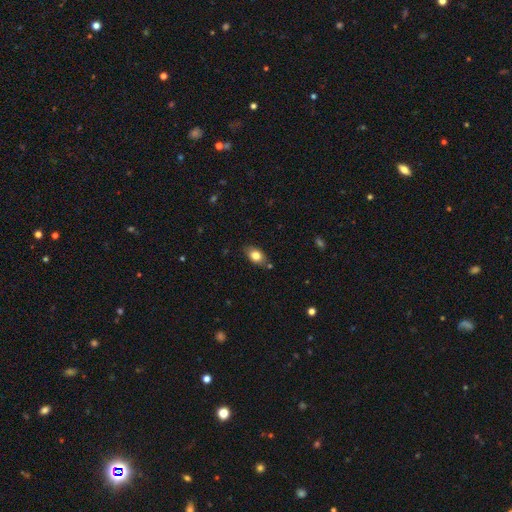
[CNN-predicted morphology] Smooth or featured? Predicted: smooth (p=0.81). How rounded? Predicted: in between (p=0.83). Merging? Predicted: none (p=0.79).